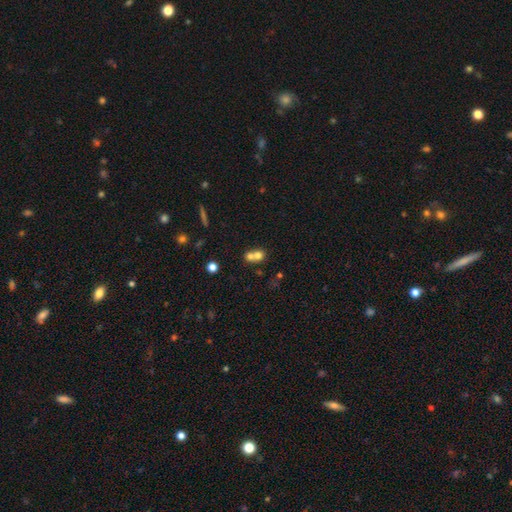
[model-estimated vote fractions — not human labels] The model was most divided on "merging": merger: 66%, none: 26%, minor disturbance: 5%, major disturbance: 3%. More confident: how rounded — round (71%); smooth or featured — smooth (69%).